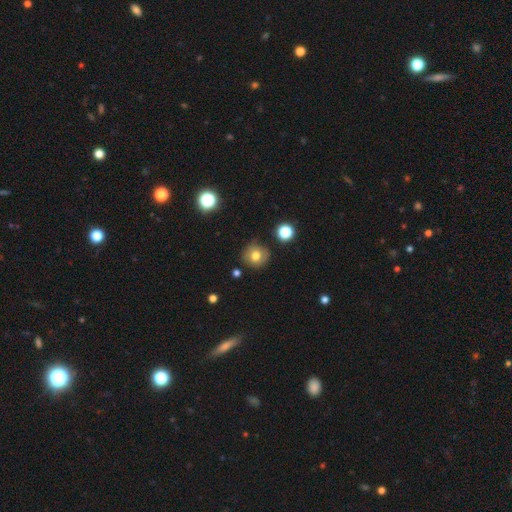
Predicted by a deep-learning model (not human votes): Smooth or featured? Predicted: smooth (p=0.72). How rounded? Predicted: round (p=0.90). Merging? Predicted: none (p=0.83).